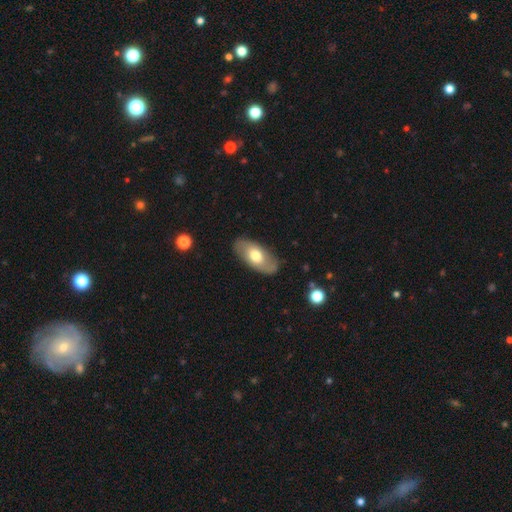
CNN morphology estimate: A smooth galaxy with no disk features (58%) that is in between round and cigar-shaped (91%).

Vote fractions:
- Smooth or featured? smooth: 58% / featured or disk: 36% / star or artifact: 6%
- How rounded? in between: 91% / cigar-shaped: 5% / round: 3%
- Merging? none: 83% / minor disturbance: 12% / major disturbance: 3% / merger: 1%